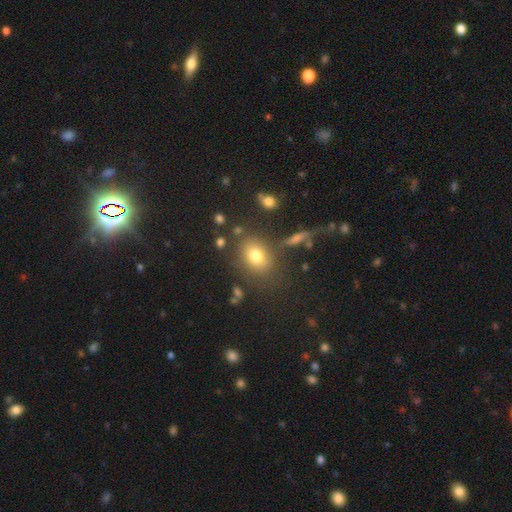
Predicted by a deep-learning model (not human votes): Morphology: type=smooth (75%); roundness=in between (56%); merging=none (75%).